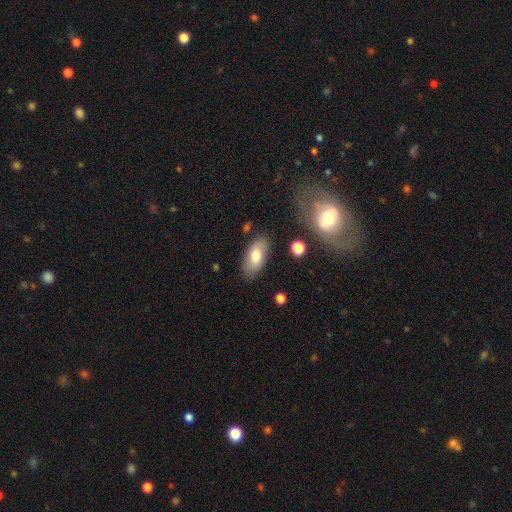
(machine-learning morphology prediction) smooth 76%, featured or disk 17%, star or artifact 7%. Down the decision tree: how rounded — in between (90%); merging — none (81%).